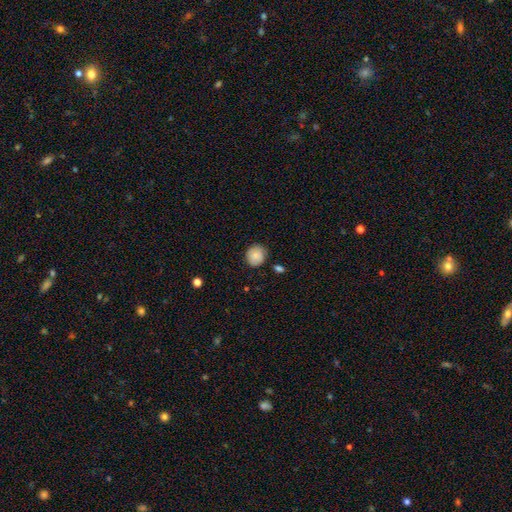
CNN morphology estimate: A smooth galaxy with no disk features (86%) that is round (86%).

Vote fractions:
- Smooth or featured? smooth: 86% / star or artifact: 8% / featured or disk: 7%
- How rounded? round: 86% / in between: 13% / cigar-shaped: 1%
- Merging? none: 84% / minor disturbance: 12% / major disturbance: 2% / merger: 2%